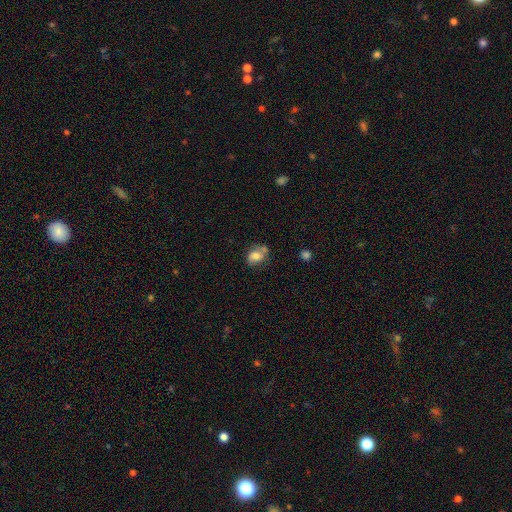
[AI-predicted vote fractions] This appears to be a smooth galaxy with no disk features (69%) that is in between round and cigar-shaped (61%). Merging: none (44%).